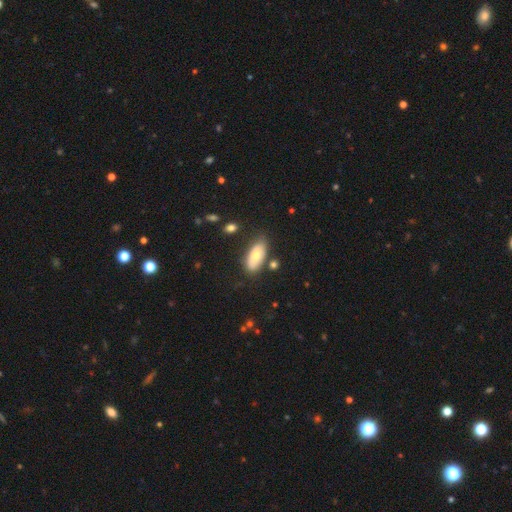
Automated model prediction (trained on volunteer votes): Morphology: type=smooth (73%); roundness=in between (89%); merging=none (70%).